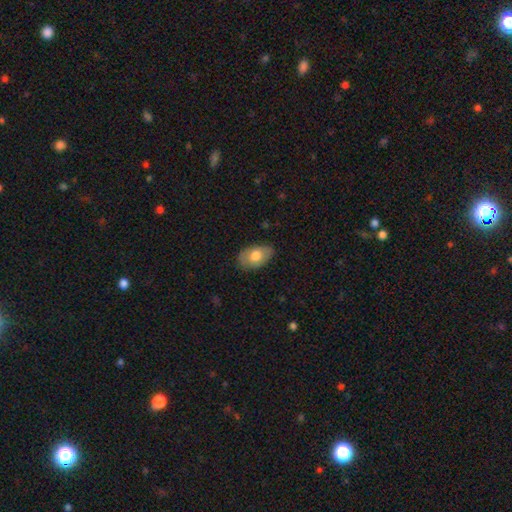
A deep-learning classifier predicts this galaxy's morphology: smooth-or-featured: smooth: 74% | featured or disk: 19% | star or artifact: 6%
  how-rounded: in between: 91% | round: 8% | cigar-shaped: 1%
  merging: none: 79% | minor disturbance: 17% | major disturbance: 3% | merger: 1%